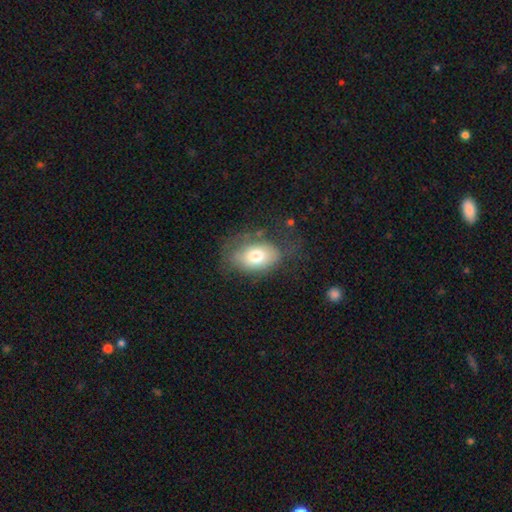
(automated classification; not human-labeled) This appears to be a smooth galaxy with no disk features (70%) that is in between round and cigar-shaped (84%). Merging: none (55%).